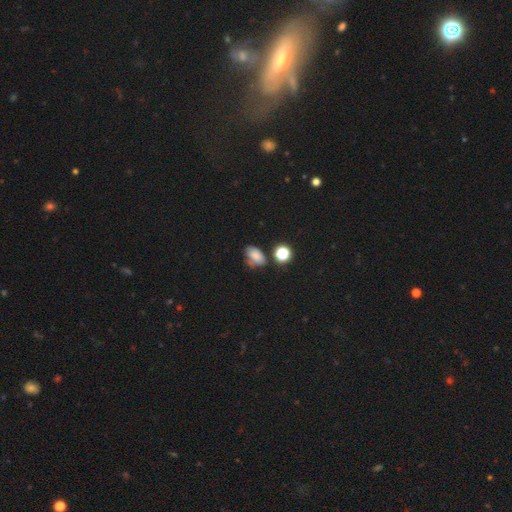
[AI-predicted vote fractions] Smooth or featured?
  - smooth: 76% *
  - star or artifact: 14%
  - featured or disk: 10%
How rounded?
  - in between: 85% *
  - round: 14%
  - cigar-shaped: 2%
Merging?
  - none: 54% *
  - minor disturbance: 26%
  - merger: 11%
  - major disturbance: 9%